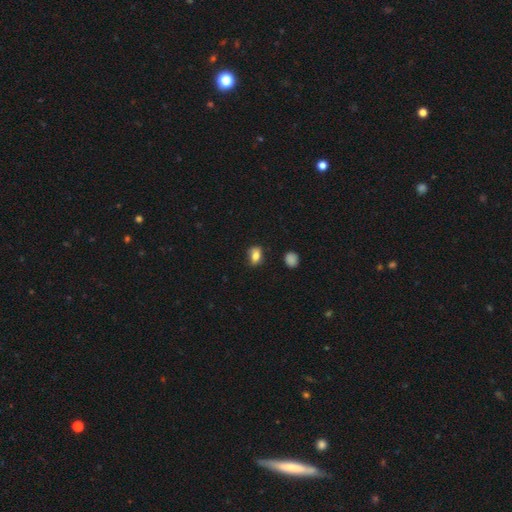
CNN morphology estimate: The model was most divided on "merging": none: 69%, minor disturbance: 23%, major disturbance: 5%, merger: 3%. More confident: smooth or featured — smooth (78%); how rounded — in between (73%).